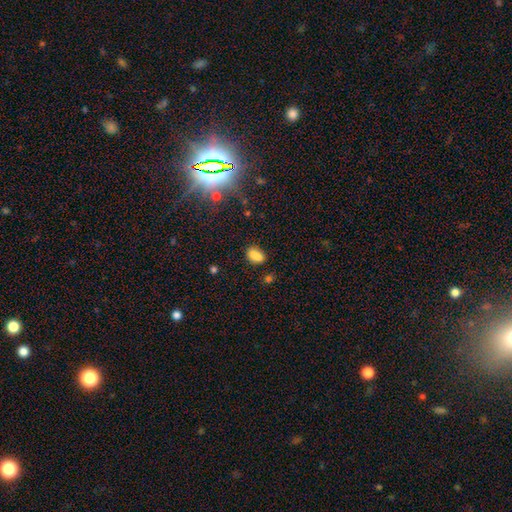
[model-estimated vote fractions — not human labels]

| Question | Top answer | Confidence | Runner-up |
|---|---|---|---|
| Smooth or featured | smooth | 82% | star or artifact (11%) |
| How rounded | in between | 85% | round (12%) |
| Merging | none | 68% | minor disturbance (17%) |